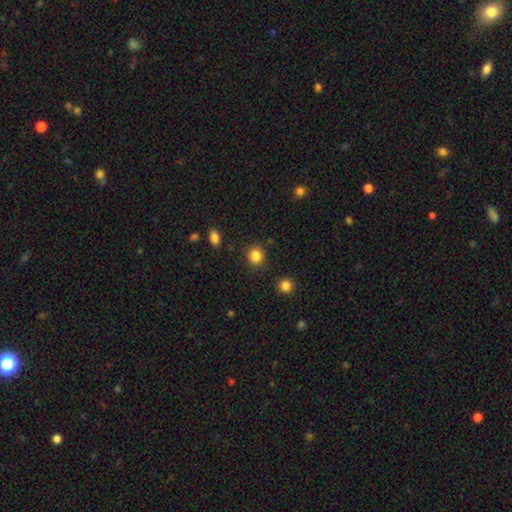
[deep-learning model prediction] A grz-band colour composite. It shows a smooth galaxy with no disk features (85%) that is round (87%). Merging: none (88%).